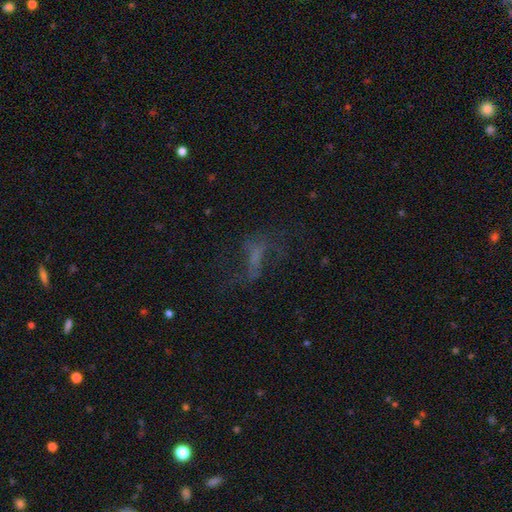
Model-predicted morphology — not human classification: smooth-or-featured: featured or disk: 46% | smooth: 27% | star or artifact: 27%
  merging: none: 44% | major disturbance: 37% | minor disturbance: 16% | merger: 4%